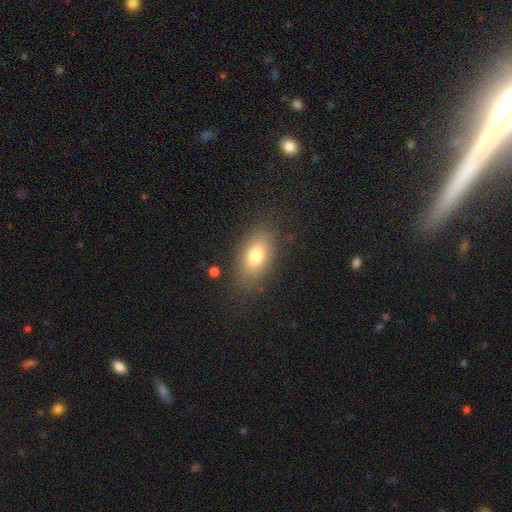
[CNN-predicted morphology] The model was most divided on "smooth or featured": smooth: 77%, featured or disk: 14%, star or artifact: 9%. More confident: how rounded — in between (87%); merging — none (83%).